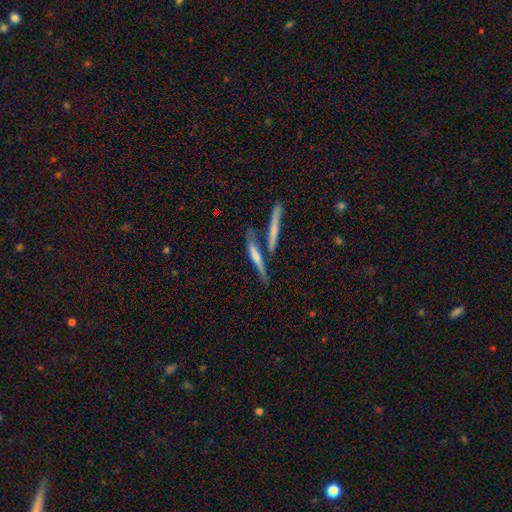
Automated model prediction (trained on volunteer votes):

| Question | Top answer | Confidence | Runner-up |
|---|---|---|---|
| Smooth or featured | featured or disk | 54% | smooth (38%) |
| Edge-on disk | yes | 88% | no (12%) |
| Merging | none | 57% | merger (26%) |